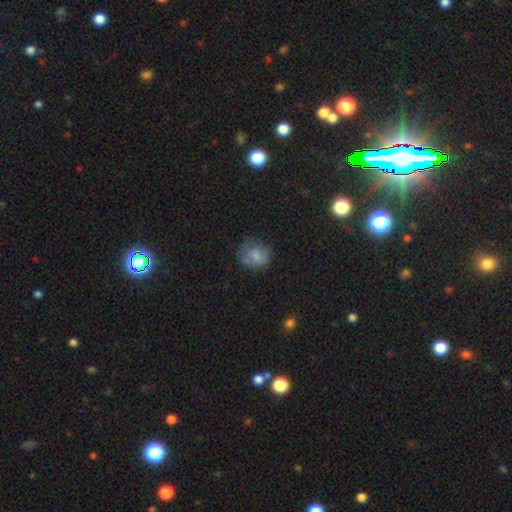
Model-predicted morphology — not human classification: smooth 68%, featured or disk 22%, star or artifact 10%. Down the decision tree: how rounded — round (71%); merging — none (59%).